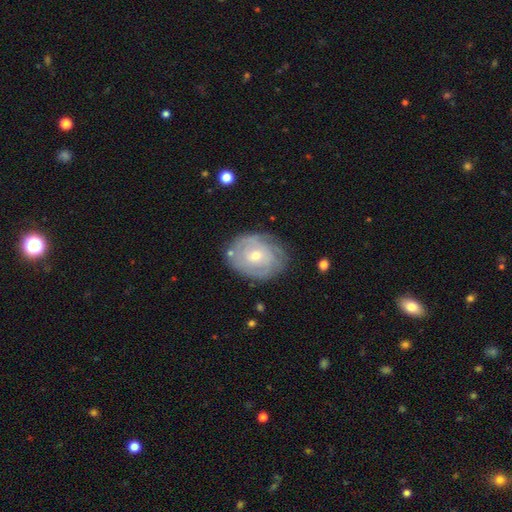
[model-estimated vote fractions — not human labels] Q: Smooth or featured?
A: featured or disk (73%); runner-up: smooth (20%)
Q: Edge-on disk?
A: no (96%); runner-up: yes (4%)
Q: Bar?
A: no (77%); runner-up: weak (20%)
Q: Spiral arms?
A: yes (81%); runner-up: no (19%)
Q: Spiral winding?
A: tight (74%); runner-up: medium (19%)
Q: Spiral arm count?
A: can't tell (54%); runner-up: 2 (15%)
Q: Bulge size?
A: small (55%); runner-up: moderate (42%)
Q: Merging?
A: none (75%); runner-up: minor disturbance (17%)